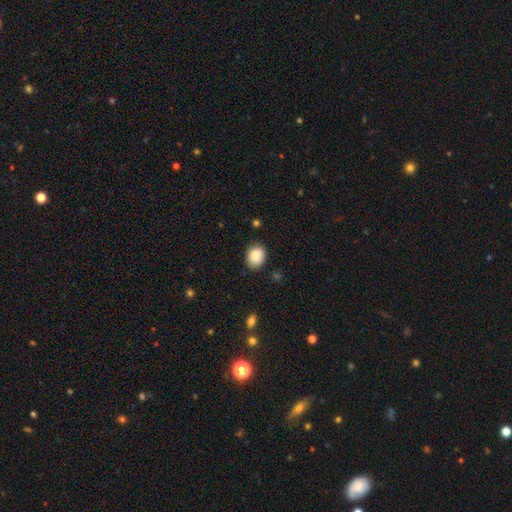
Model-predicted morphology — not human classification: The model was most divided on "how rounded": in between: 51%, round: 48%, cigar-shaped: 1%. More confident: smooth or featured — smooth (88%); merging — none (79%).